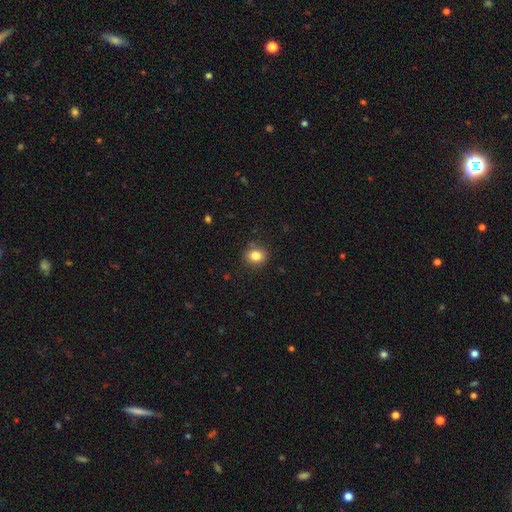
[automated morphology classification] Smooth or featured? Predicted: smooth (p=0.82). How rounded? Predicted: round (p=0.63). Merging? Predicted: none (p=0.87).